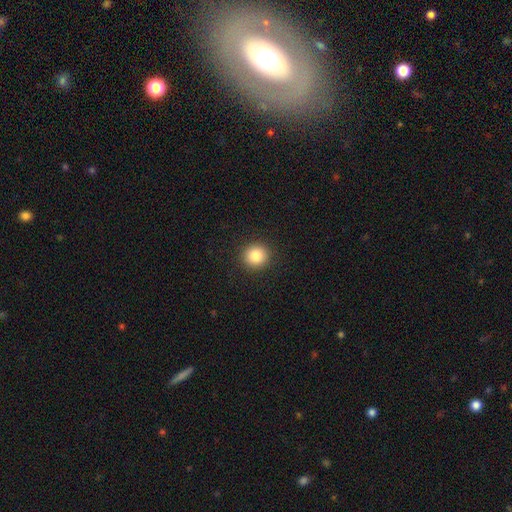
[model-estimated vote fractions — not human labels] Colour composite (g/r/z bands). It shows a smooth galaxy with no disk features (85%) that is round (91%). Merging: none (92%).